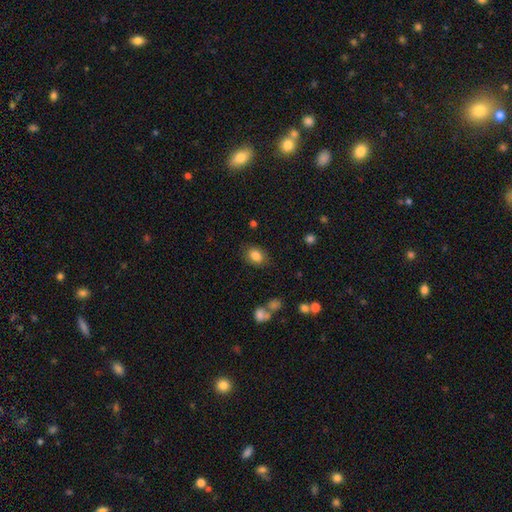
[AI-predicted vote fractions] Smooth or featured? smooth (84%)
How rounded? in between (69%)
Merging? none (81%)